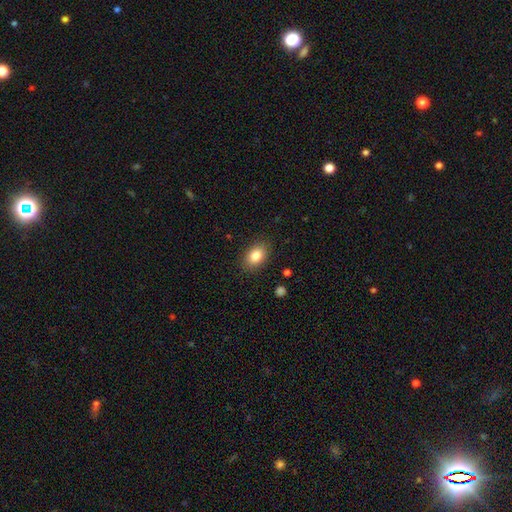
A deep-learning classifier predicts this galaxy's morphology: Q: Smooth or featured?
A: smooth (83%); runner-up: star or artifact (8%)
Q: How rounded?
A: in between (82%); runner-up: round (17%)
Q: Merging?
A: none (86%); runner-up: minor disturbance (10%)